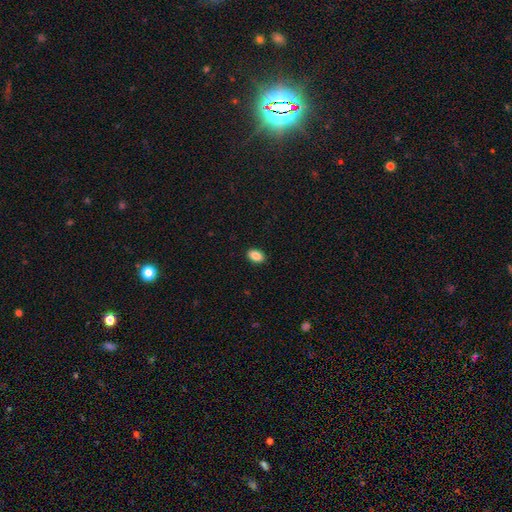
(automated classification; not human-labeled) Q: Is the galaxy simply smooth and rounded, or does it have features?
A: smooth — 87%.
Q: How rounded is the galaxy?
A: in between — 86%.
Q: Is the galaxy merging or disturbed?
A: none — 90%.